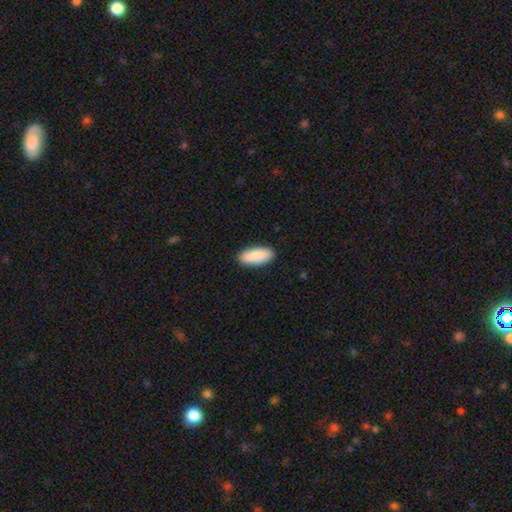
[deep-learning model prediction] Smooth or featured?
  - smooth: 90% *
  - star or artifact: 5%
  - featured or disk: 5%
How rounded?
  - in between: 85% *
  - cigar-shaped: 13%
  - round: 2%
Merging?
  - none: 90% *
  - minor disturbance: 8%
  - major disturbance: 2%
  - merger: 1%